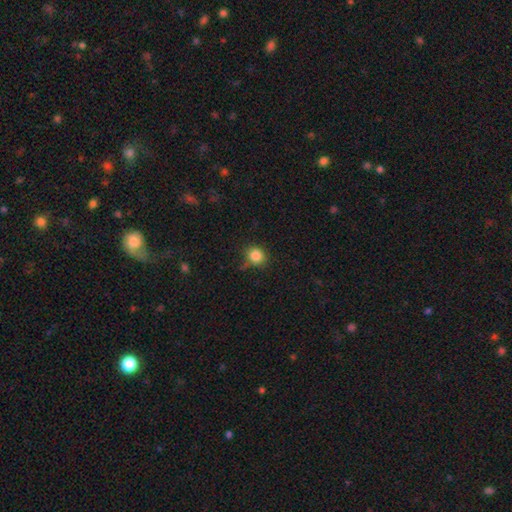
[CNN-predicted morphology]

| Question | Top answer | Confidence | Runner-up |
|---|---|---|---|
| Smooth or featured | smooth | 85% | star or artifact (11%) |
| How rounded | round | 80% | in between (19%) |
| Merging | none | 76% | minor disturbance (16%) |